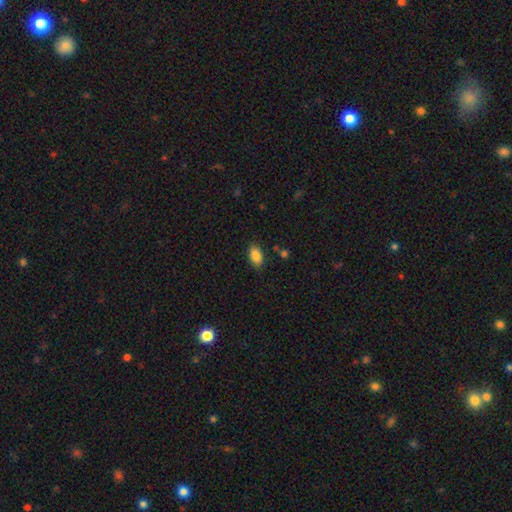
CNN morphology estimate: Q: Smooth or featured?
A: smooth (87%); runner-up: star or artifact (8%)
Q: How rounded?
A: in between (92%); runner-up: round (6%)
Q: Merging?
A: none (84%); runner-up: minor disturbance (12%)